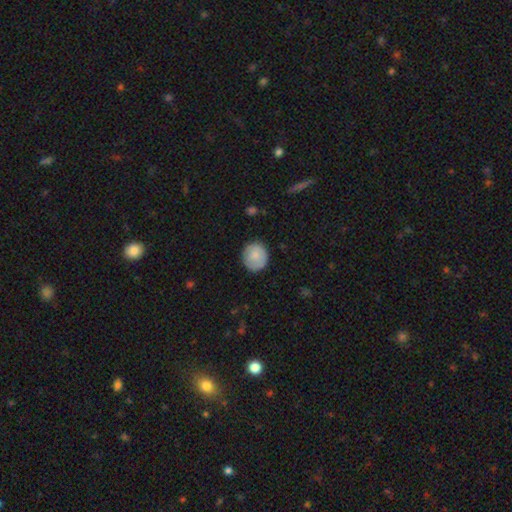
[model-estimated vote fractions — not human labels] Smooth or featured? Predicted: smooth (p=0.82). How rounded? Predicted: round (p=0.88). Merging? Predicted: none (p=0.85).